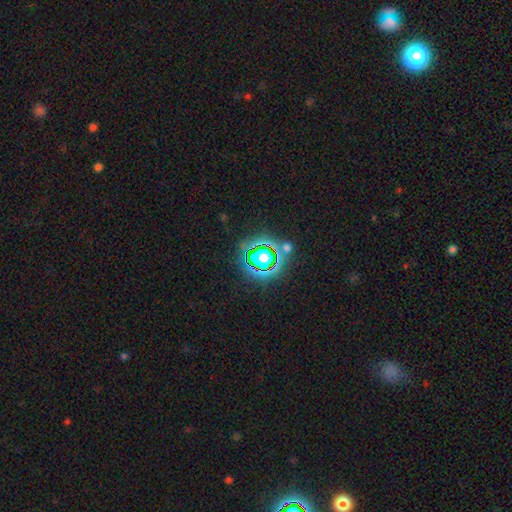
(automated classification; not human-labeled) The model was most divided on "smooth or featured": star or artifact: 79%, smooth: 13%, featured or disk: 7%.